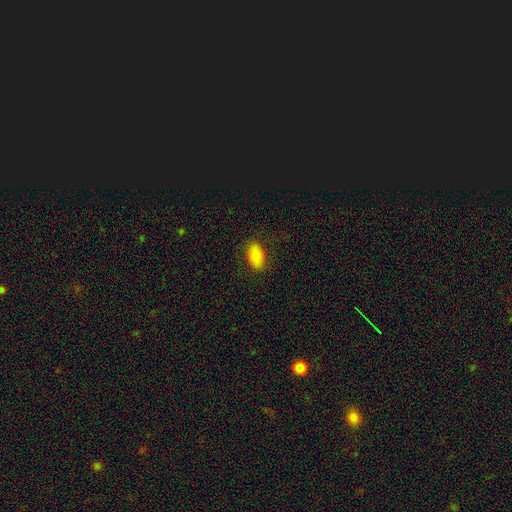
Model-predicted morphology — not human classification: This is likely a smooth galaxy (79%). How rounded: clearly in between (92%). Merging: clearly none (86%).